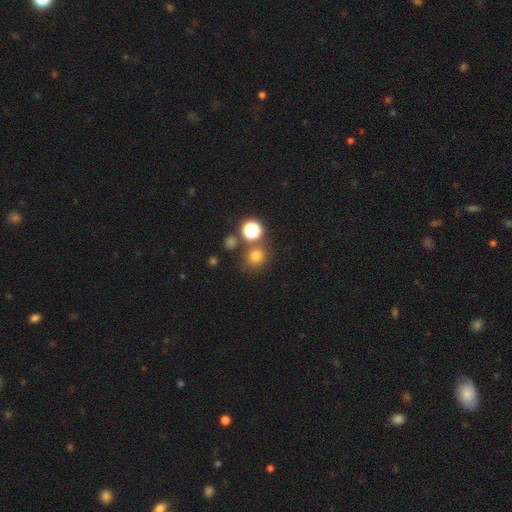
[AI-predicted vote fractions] Overall: smooth (72%). How rounded: round (87%). Merging: none (74%).